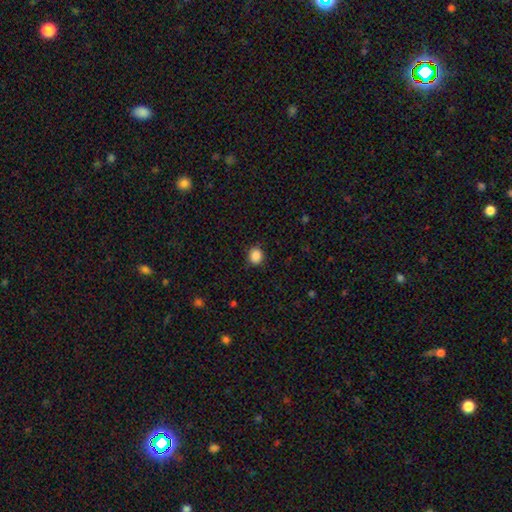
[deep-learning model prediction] Smooth or featured?
  - smooth: 88% *
  - star or artifact: 10%
  - featured or disk: 3%
How rounded?
  - round: 76% *
  - in between: 23%
  - cigar-shaped: 1%
Merging?
  - none: 87% *
  - minor disturbance: 9%
  - major disturbance: 3%
  - merger: 1%